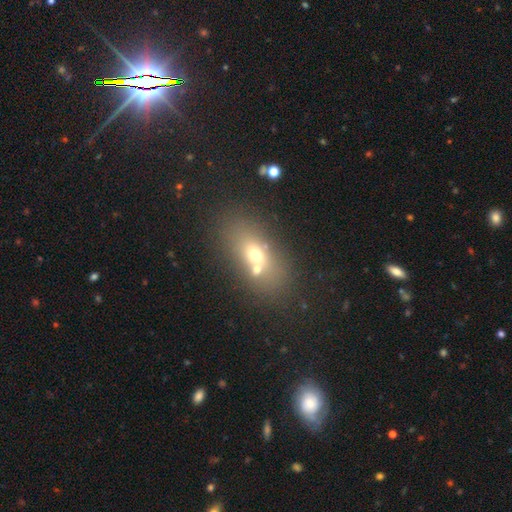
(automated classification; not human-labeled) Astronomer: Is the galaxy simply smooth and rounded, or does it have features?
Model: smooth — 57%.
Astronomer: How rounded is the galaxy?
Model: in between — 70%.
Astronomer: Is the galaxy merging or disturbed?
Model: none — 45% (runner-up: merger, 40%).